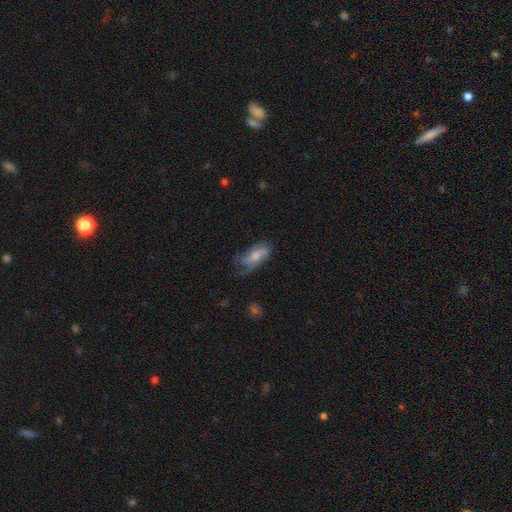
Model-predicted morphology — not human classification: Smooth or featured? Predicted: smooth (p=0.52). How rounded? Predicted: in between (p=0.83). Merging? Predicted: none (p=0.44).